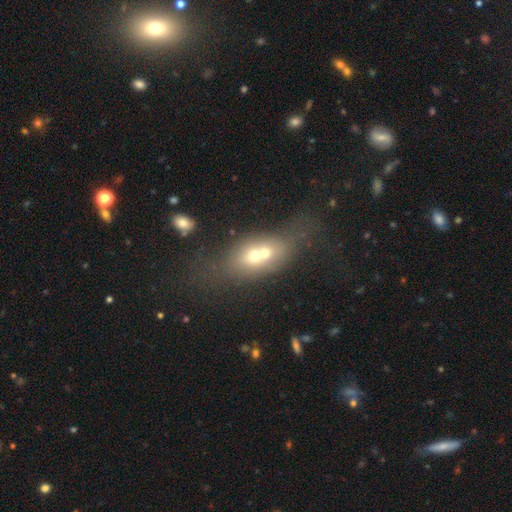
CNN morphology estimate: Smooth or featured?
  - smooth: 54% *
  - featured or disk: 32%
  - star or artifact: 14%
How rounded?
  - in between: 61% *
  - round: 27%
  - cigar-shaped: 12%
Merging?
  - merger: 66% *
  - none: 20%
  - minor disturbance: 7%
  - major disturbance: 6%